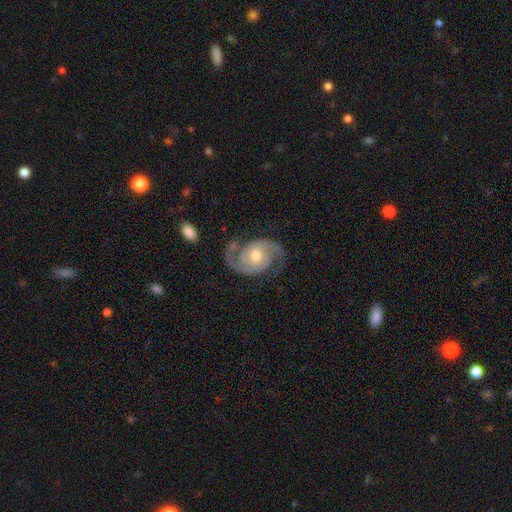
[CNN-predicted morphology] This is clearly a featured or disk galaxy (92%). It is clearly not viewed edge-on (98%). Bar: likely no (65%). Spiral arm pattern: clearly yes (98%). Spiral arm count: clearly 2 (93%). Spiral winding: possibly medium (50%). Central bulge: likely moderate (68%). Merging: likely none (78%).